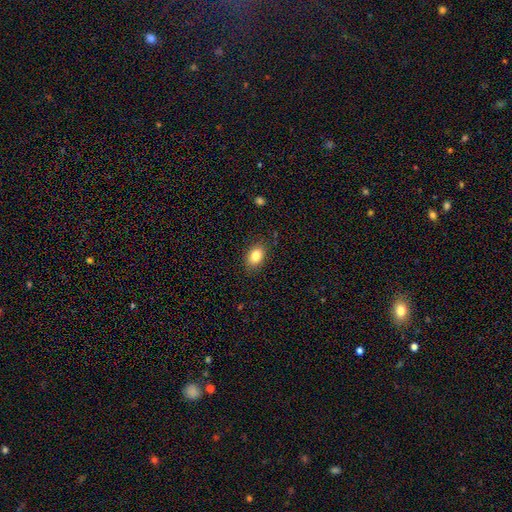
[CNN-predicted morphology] smooth_or_featured: smooth (p=0.84) [alt: star or artifact p=0.09]
how_rounded: in between (p=0.81) [alt: round p=0.17]
merging: none (p=0.85) [alt: minor disturbance p=0.11]